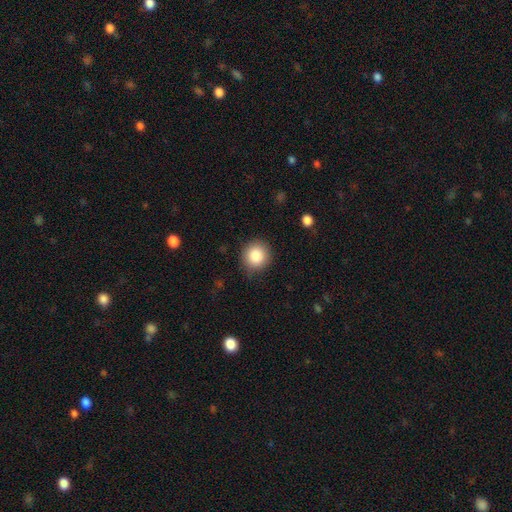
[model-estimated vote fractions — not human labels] smooth 85%, star or artifact 9%, featured or disk 6%. Down the decision tree: how rounded — round (90%); merging — none (84%).